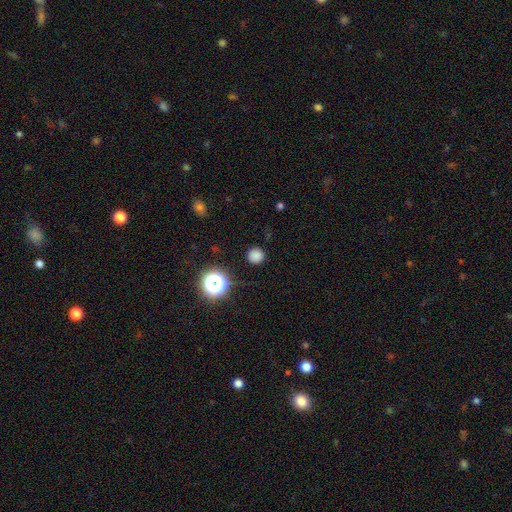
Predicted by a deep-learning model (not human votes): Q: Smooth or featured?
A: smooth (78%); runner-up: star or artifact (18%)
Q: How rounded?
A: round (94%); runner-up: in between (5%)
Q: Merging?
A: none (88%); runner-up: minor disturbance (7%)